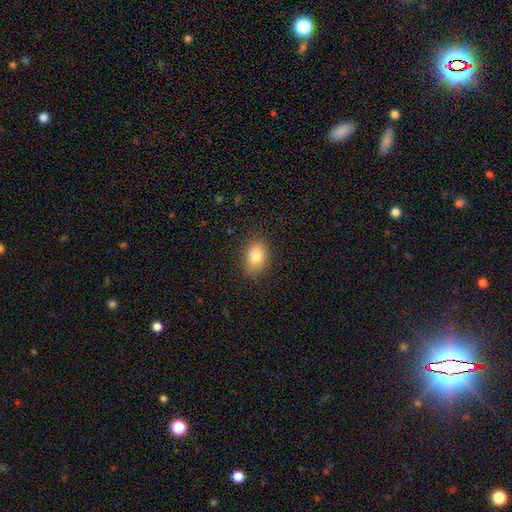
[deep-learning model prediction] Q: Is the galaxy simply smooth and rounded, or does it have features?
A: smooth — 82%.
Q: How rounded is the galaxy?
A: in between — 81%.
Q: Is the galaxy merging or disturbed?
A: none — 82%.